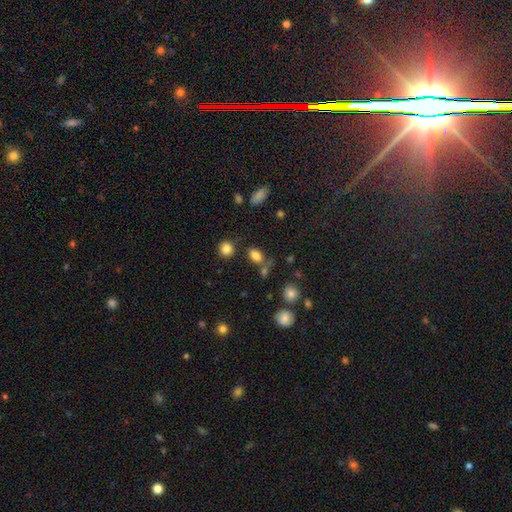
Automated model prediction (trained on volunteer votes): Smooth or featured? smooth (80%)
How rounded? in between (82%)
Merging? none (63%)